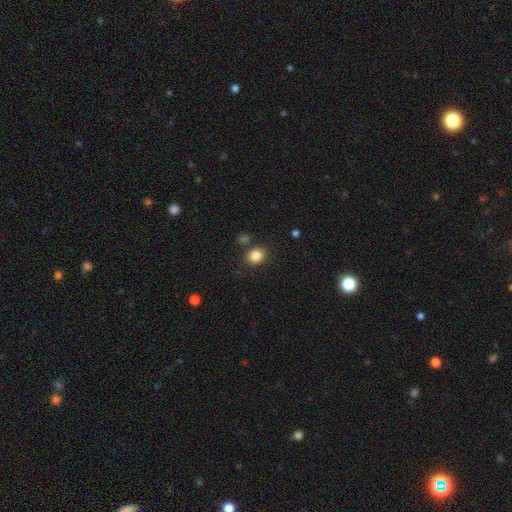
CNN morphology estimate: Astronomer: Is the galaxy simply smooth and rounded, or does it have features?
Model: smooth — 84%.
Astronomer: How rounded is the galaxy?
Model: round — 73%.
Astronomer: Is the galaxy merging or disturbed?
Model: none — 81%.